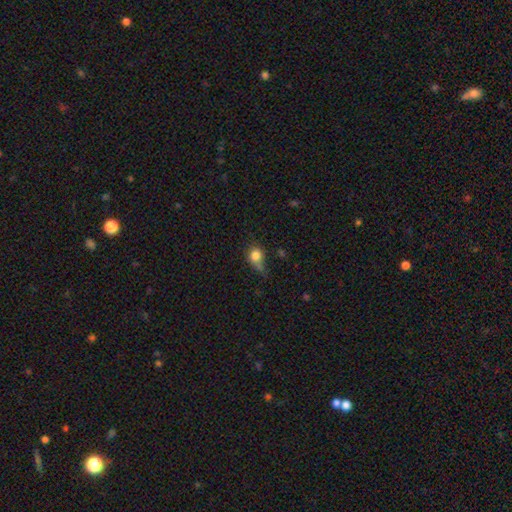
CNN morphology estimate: Smooth or featured?
  - smooth: 80% *
  - star or artifact: 11%
  - featured or disk: 9%
How rounded?
  - round: 73% *
  - in between: 25%
  - cigar-shaped: 2%
Merging?
  - none: 39% *
  - minor disturbance: 34%
  - major disturbance: 19%
  - merger: 8%